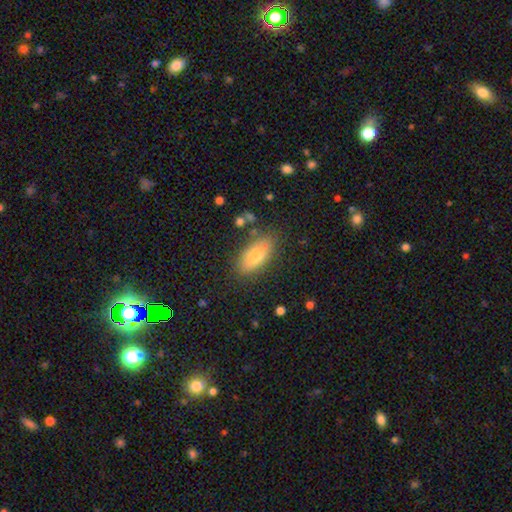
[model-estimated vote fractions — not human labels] The model was most divided on "smooth or featured": smooth: 70%, featured or disk: 22%, star or artifact: 8%. More confident: how rounded — in between (86%); merging — none (78%).